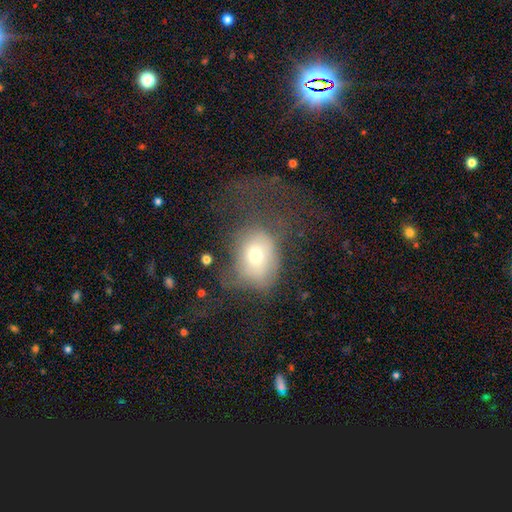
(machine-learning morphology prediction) This is possibly a smooth galaxy (59%). How rounded: possibly in between (55%). Merging: possibly major disturbance (50%).